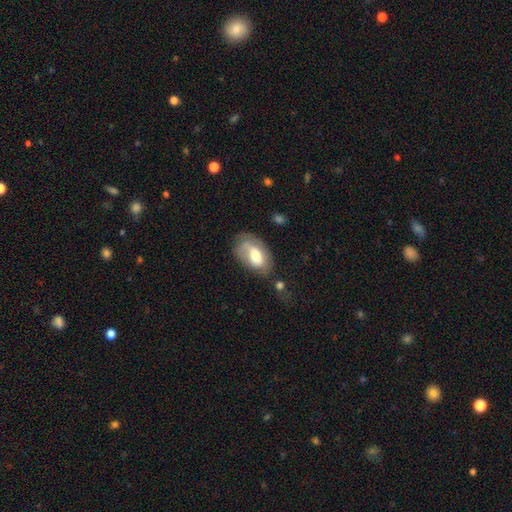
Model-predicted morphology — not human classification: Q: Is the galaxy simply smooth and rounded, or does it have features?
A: smooth — 58%.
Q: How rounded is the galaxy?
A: in between — 91%.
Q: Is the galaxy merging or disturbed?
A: none — 51%.